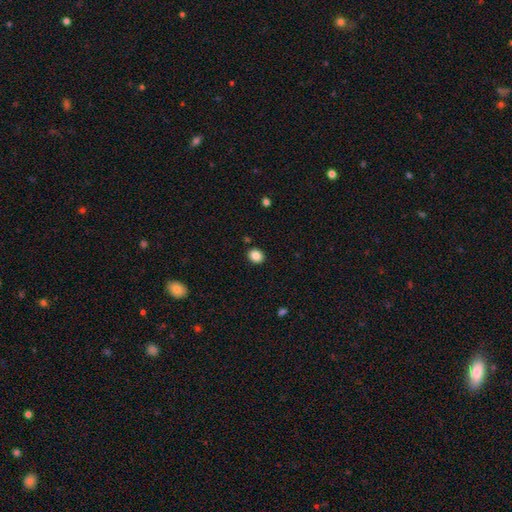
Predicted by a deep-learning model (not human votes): Smooth or featured?
  - smooth: 86% *
  - star or artifact: 10%
  - featured or disk: 4%
How rounded?
  - round: 63% *
  - in between: 37%
  - cigar-shaped: 1%
Merging?
  - none: 89% *
  - minor disturbance: 7%
  - major disturbance: 2%
  - merger: 2%